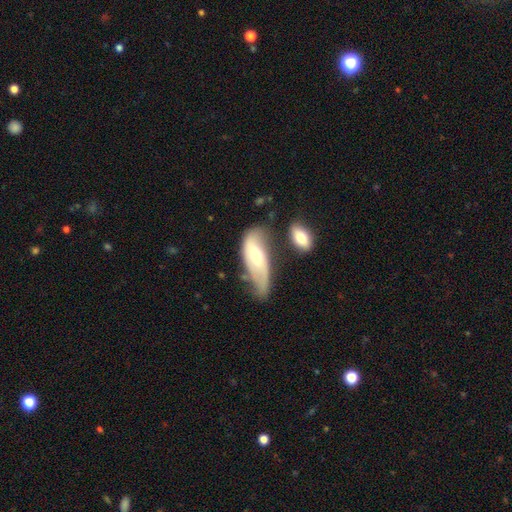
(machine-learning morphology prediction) A featured or disk galaxy (54%).

Vote fractions:
- Smooth or featured? featured or disk: 54% / smooth: 40% / star or artifact: 6%
- Edge-on disk? no: 83% / yes: 17%
- Merging? minor disturbance: 31% / none: 28% / major disturbance: 27% / merger: 14%